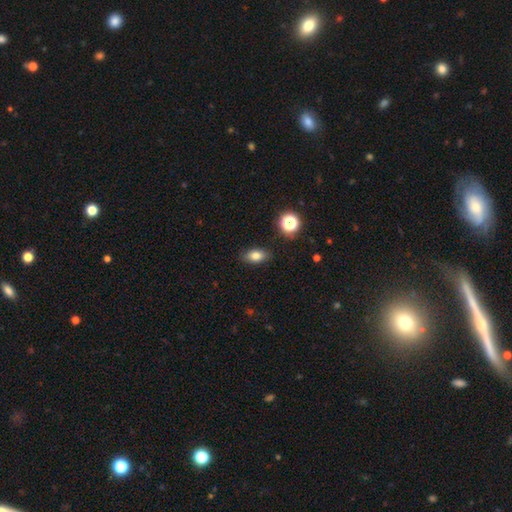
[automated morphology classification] This is likely a smooth galaxy (79%). How rounded: clearly in between (85%). Merging: clearly none (87%).